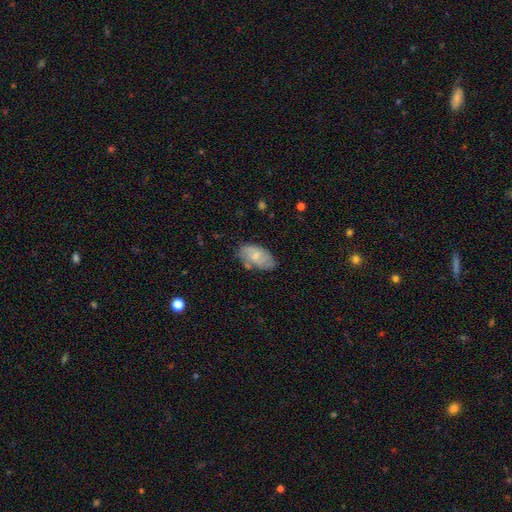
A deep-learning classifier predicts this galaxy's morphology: A smooth galaxy with no disk features (59%) that is in between round and cigar-shaped (93%). Merging: none (62%).